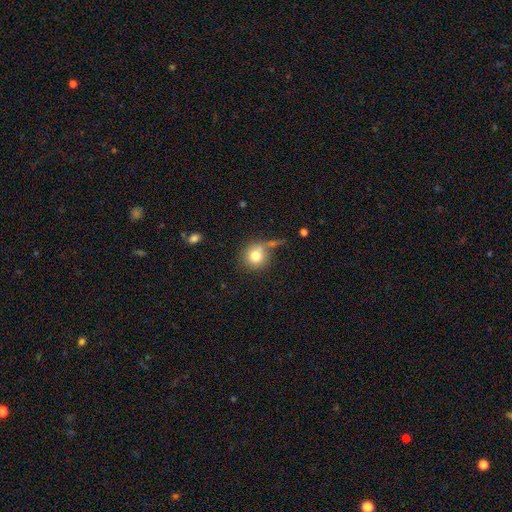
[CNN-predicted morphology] smooth 79%, featured or disk 11%, star or artifact 10%. Down the decision tree: how rounded — round (89%); merging — none (56%).